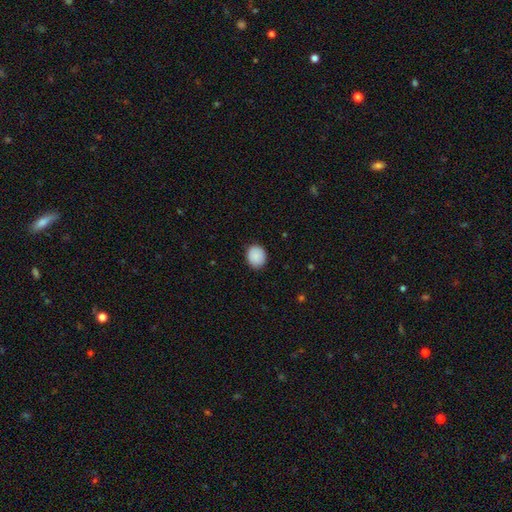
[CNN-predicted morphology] The model was most divided on "how rounded": round: 70%, in between: 29%, cigar-shaped: 1%. More confident: smooth or featured — smooth (89%); merging — none (88%).